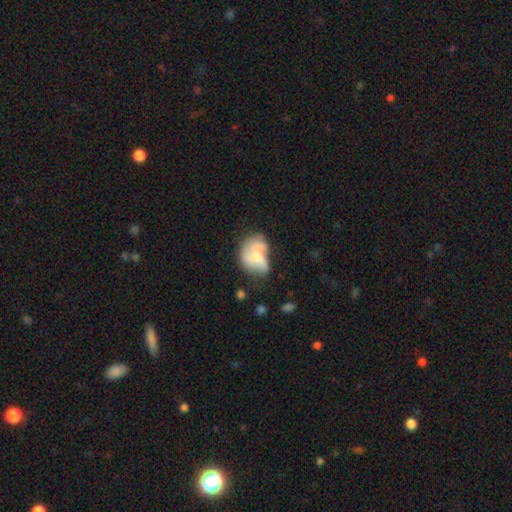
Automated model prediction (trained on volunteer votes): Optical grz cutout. It shows a smooth galaxy with no disk features (48%). Merging: merger (32%).